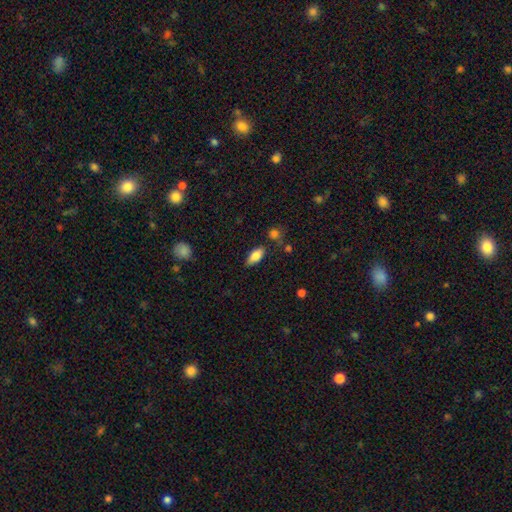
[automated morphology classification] A smooth galaxy with no disk features (81%) that is in between round and cigar-shaped (87%). Merging: none (78%).